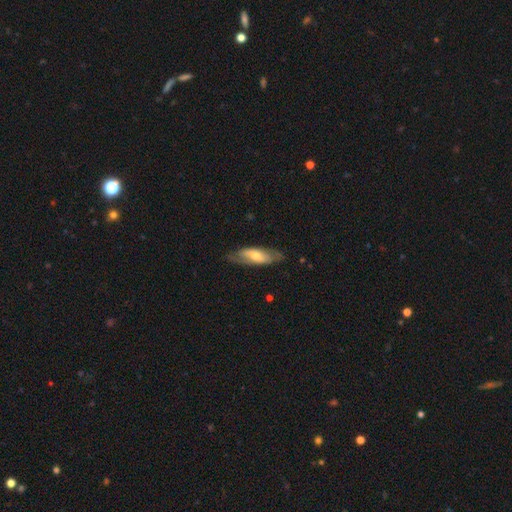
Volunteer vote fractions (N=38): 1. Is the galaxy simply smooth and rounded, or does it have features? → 63% featured or disk, 34% smooth, 3% star or artifact.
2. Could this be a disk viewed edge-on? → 92% no, 8% yes.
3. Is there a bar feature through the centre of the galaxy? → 50% weak, 27% no, 23% strong.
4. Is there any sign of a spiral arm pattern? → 86% yes, 14% no.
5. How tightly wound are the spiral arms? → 53% medium, 37% loose, 11% tight.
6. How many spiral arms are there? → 63% 2, 26% can't tell, 5% 3, 5% more than 4, 0% 1, 0% 4.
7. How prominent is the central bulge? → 82% moderate, 9% large, 9% none, 0% dominant, 0% small.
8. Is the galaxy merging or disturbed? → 81% none, 11% major disturbance, 5% minor disturbance, 3% merger.